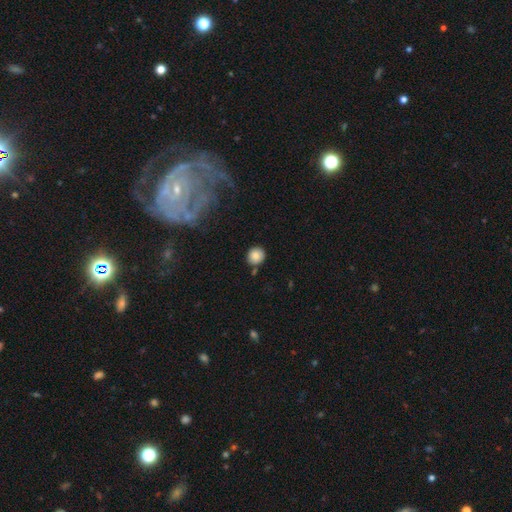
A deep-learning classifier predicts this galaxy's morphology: smooth 85%, star or artifact 9%, featured or disk 6%. Down the decision tree: how rounded — round (88%); merging — none (81%).